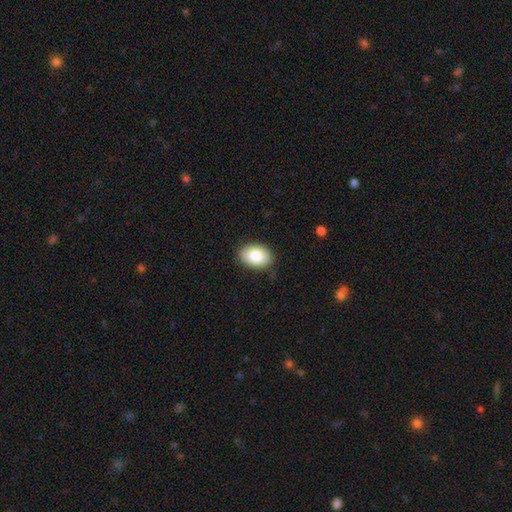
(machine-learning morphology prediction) Smooth or featured?
  - smooth: 85% *
  - featured or disk: 8%
  - star or artifact: 7%
How rounded?
  - in between: 85% *
  - round: 14%
  - cigar-shaped: 1%
Merging?
  - none: 85% *
  - minor disturbance: 11%
  - major disturbance: 2%
  - merger: 1%